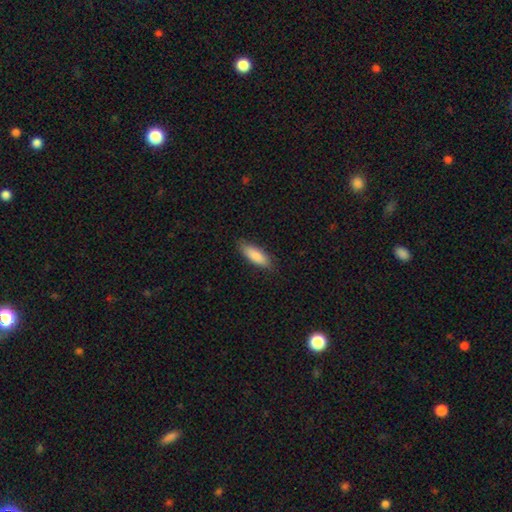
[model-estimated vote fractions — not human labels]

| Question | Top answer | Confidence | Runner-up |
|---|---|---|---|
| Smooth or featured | smooth | 86% | featured or disk (9%) |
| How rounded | in between | 65% | cigar-shaped (33%) |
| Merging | none | 84% | minor disturbance (12%) |